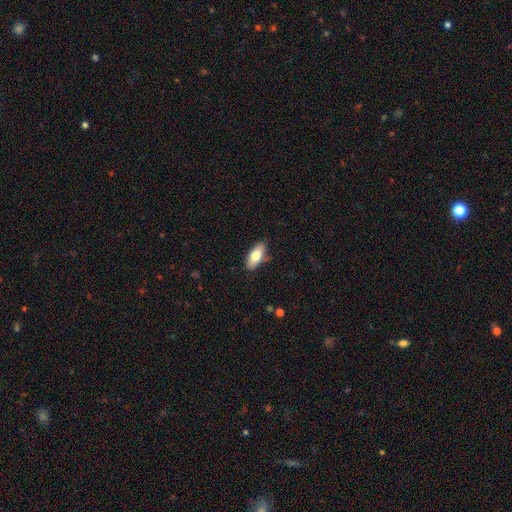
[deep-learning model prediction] smooth_or_featured: smooth (p=0.74) [alt: featured or disk p=0.20]
how_rounded: in between (p=0.83) [alt: cigar-shaped p=0.14]
merging: none (p=0.82) [alt: minor disturbance p=0.14]